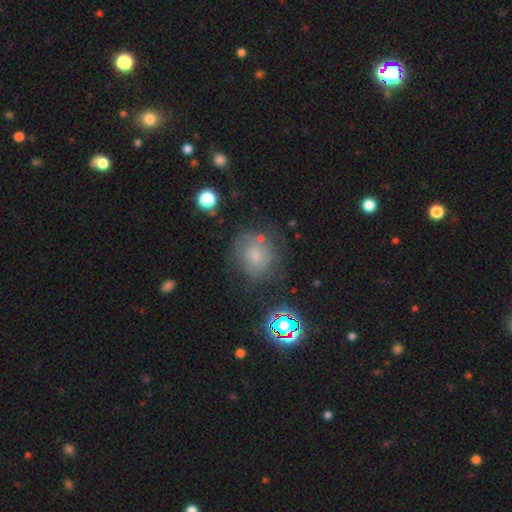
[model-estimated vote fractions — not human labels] A smooth galaxy with no disk features (59%) that is round (77%).

Vote fractions:
- Smooth or featured? smooth: 59% / featured or disk: 24% / star or artifact: 17%
- How rounded? round: 77% / in between: 22% / cigar-shaped: 1%
- Merging? none: 62% / minor disturbance: 21% / major disturbance: 11% / merger: 6%